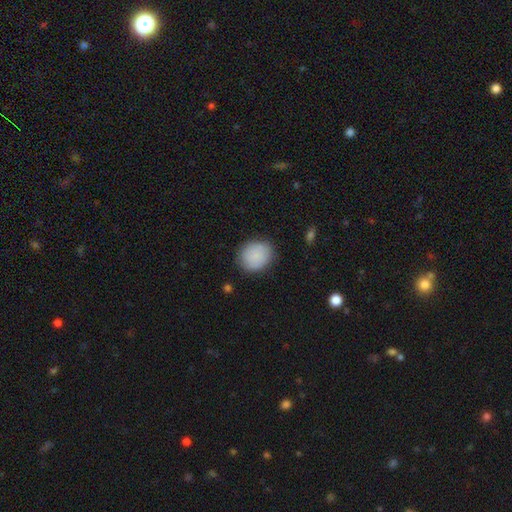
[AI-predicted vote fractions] Smooth or featured? Predicted: smooth (p=0.87). How rounded? Predicted: round (p=0.69). Merging? Predicted: none (p=0.83).